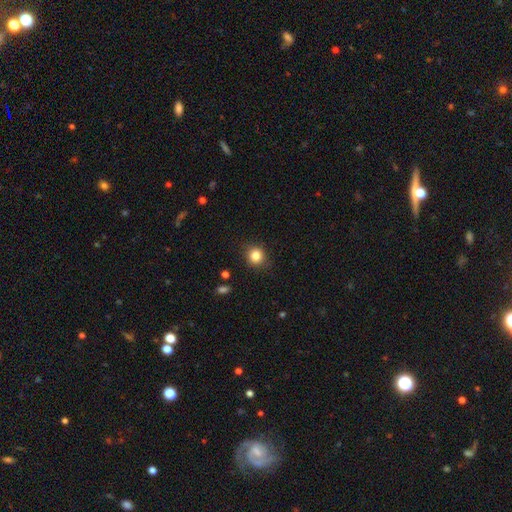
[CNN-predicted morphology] Overall: smooth (83%). How rounded: round (87%). Merging: none (87%).